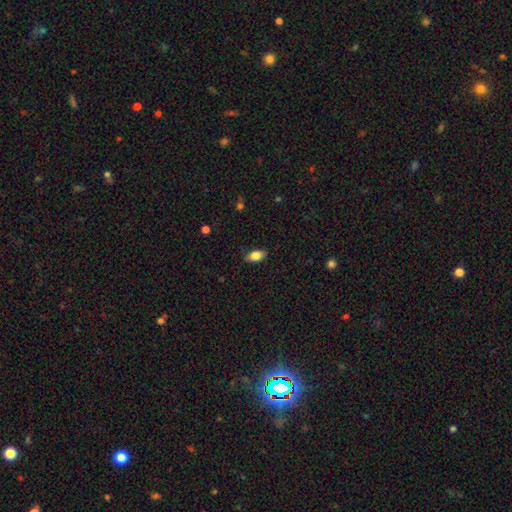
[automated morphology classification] smooth 84%, featured or disk 8%, star or artifact 8%. Down the decision tree: how rounded — in between (90%); merging — none (86%).